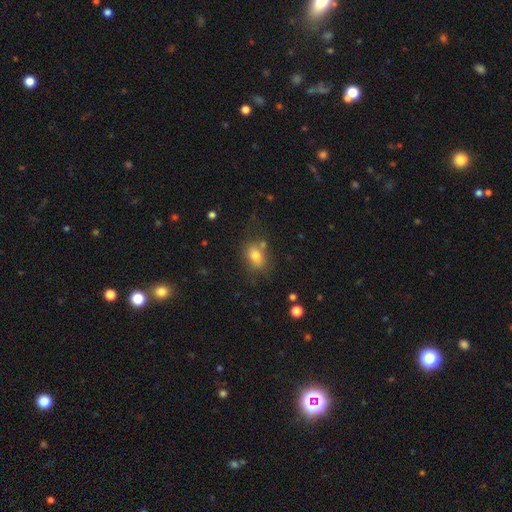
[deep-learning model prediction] Q: Smooth or featured?
A: smooth (76%); runner-up: featured or disk (13%)
Q: How rounded?
A: in between (65%); runner-up: round (33%)
Q: Merging?
A: none (67%); runner-up: minor disturbance (17%)